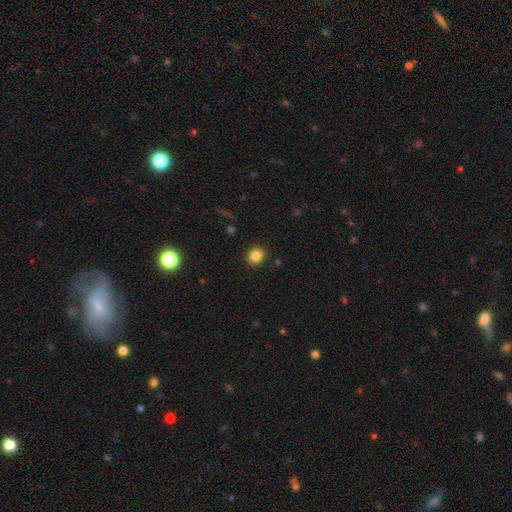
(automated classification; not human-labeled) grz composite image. It shows a smooth galaxy with no disk features (84%) that is round (72%). Merging: none (89%).